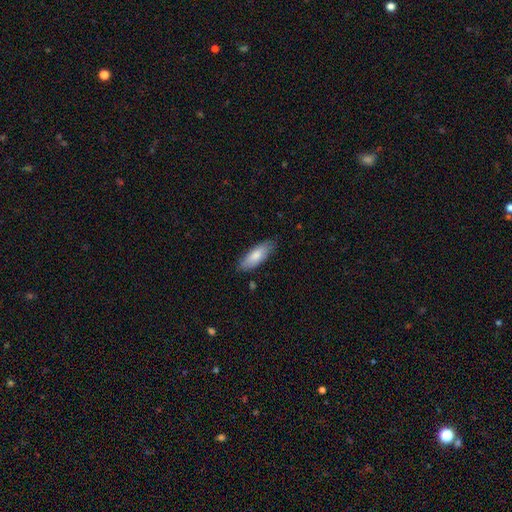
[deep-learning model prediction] smooth-or-featured: smooth: 80% | featured or disk: 15% | star or artifact: 5%
  how-rounded: in between: 66% | cigar-shaped: 32% | round: 2%
  merging: none: 82% | minor disturbance: 14% | major disturbance: 2% | merger: 1%